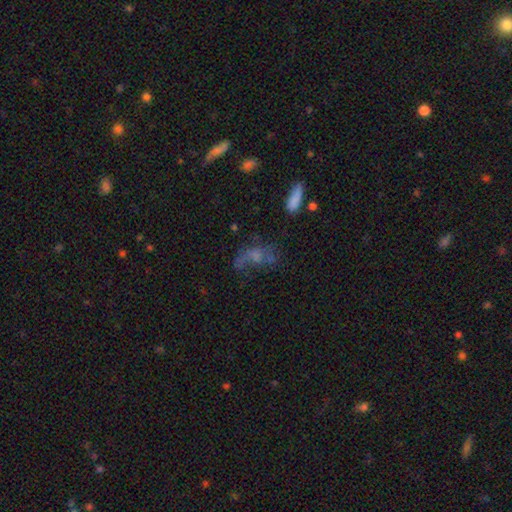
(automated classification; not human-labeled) Q: Smooth or featured?
A: featured or disk (44%); runner-up: smooth (37%)
Q: Merging?
A: none (37%); runner-up: major disturbance (34%)